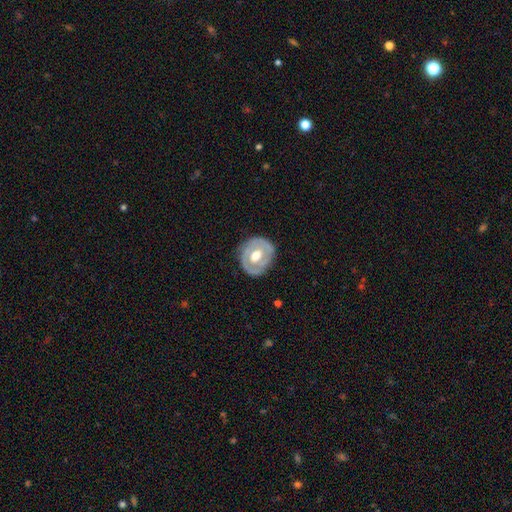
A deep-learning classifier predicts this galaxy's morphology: This appears to be a featured or disk galaxy (68%) with no bar (58%), no spiral arms (52%) and a moderate central bulge (75%). Merging: none (79%).